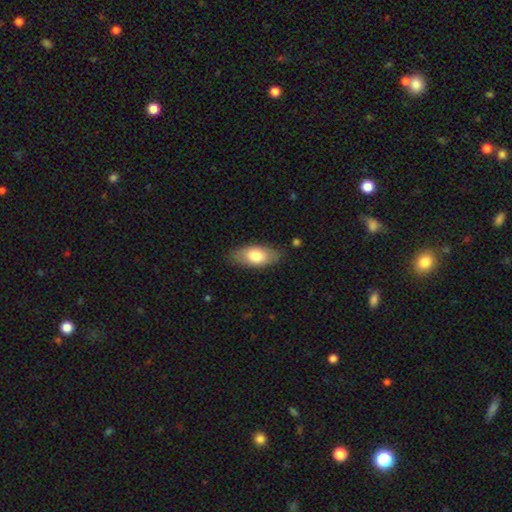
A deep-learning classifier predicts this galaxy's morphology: smooth-or-featured: smooth: 76% | featured or disk: 18% | star or artifact: 6%
  how-rounded: in between: 89% | cigar-shaped: 7% | round: 3%
  merging: none: 82% | minor disturbance: 13% | major disturbance: 3% | merger: 1%